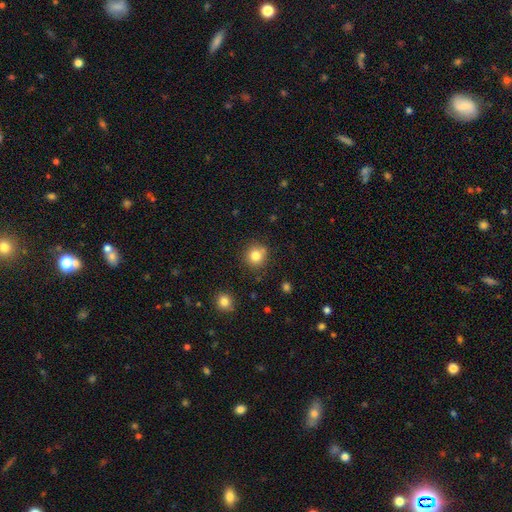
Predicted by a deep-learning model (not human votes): Smooth or featured? smooth (81%)
How rounded? round (90%)
Merging? none (78%)